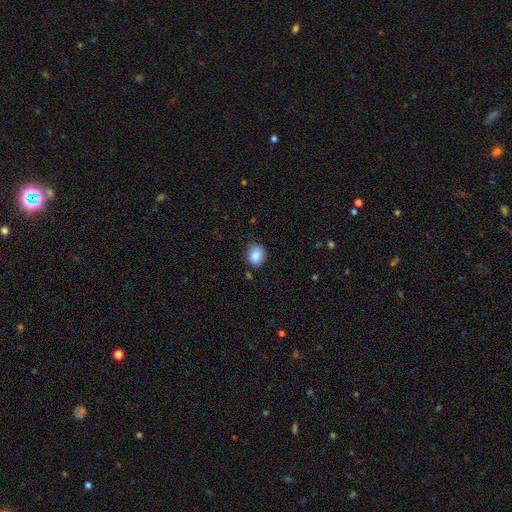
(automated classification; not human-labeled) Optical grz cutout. It shows a smooth galaxy with no disk features (86%) that is round (61%). Merging: none (76%).